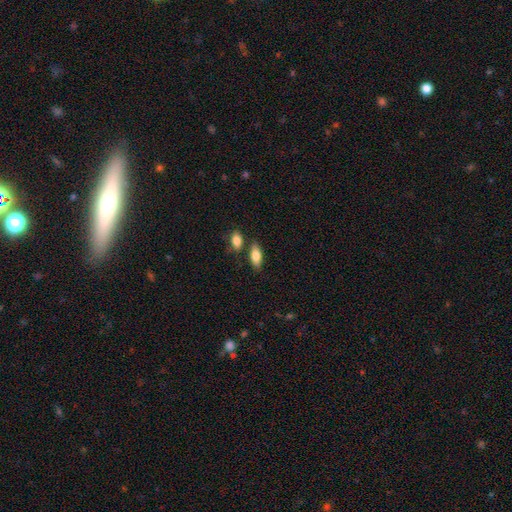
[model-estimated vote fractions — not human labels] The model was most divided on "merging": none: 73%, merger: 12%, minor disturbance: 12%, major disturbance: 3%. More confident: how rounded — in between (82%); smooth or featured — smooth (82%).